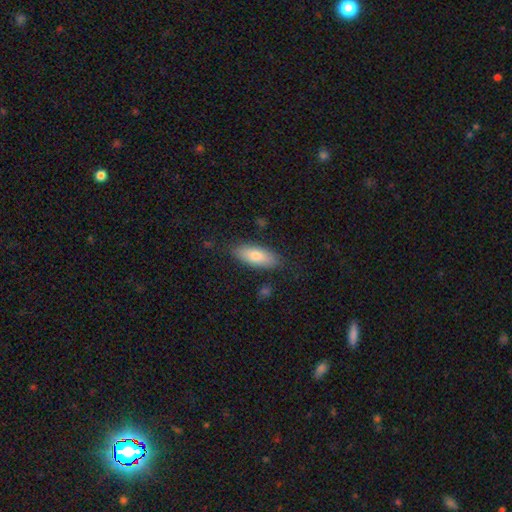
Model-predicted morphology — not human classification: Smooth or featured: smooth — 77% (featured or disk — 16%)
How rounded: in between — 77% (cigar-shaped — 21%)
Merging: none — 83% (minor disturbance — 13%)